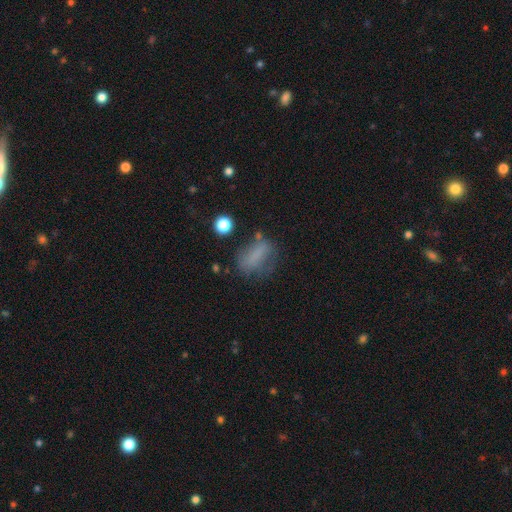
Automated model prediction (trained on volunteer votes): Smooth or featured: smooth — 67% (featured or disk — 19%)
How rounded: in between — 71% (round — 17%)
Merging: none — 51% (minor disturbance — 26%)